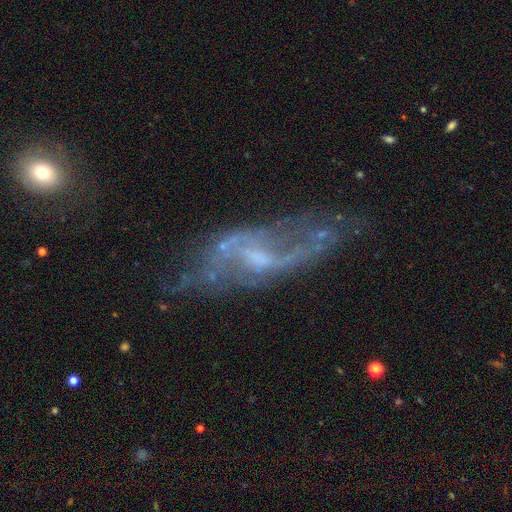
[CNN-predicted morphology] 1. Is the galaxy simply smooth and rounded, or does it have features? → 81% featured or disk, 10% smooth, 8% star or artifact.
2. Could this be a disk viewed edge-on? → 88% no, 12% yes.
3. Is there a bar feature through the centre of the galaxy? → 54% weak, 28% no, 18% strong.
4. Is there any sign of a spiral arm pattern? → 80% yes, 20% no.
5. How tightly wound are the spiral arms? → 61% loose, 29% medium, 10% tight.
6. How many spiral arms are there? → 72% 2, 17% can't tell, 5% 1, 3% 3, 2% 4, 2% more than 4.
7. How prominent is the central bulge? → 43% small, 29% moderate, 23% none, 3% large, 1% dominant.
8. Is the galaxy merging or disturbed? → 55% none, 22% minor disturbance, 18% major disturbance, 5% merger.